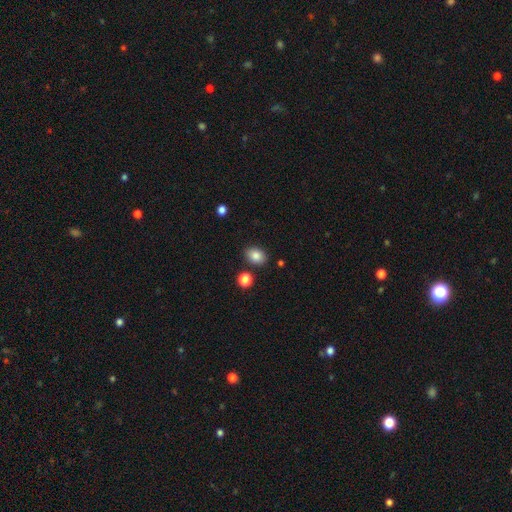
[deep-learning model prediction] This appears to be a smooth galaxy with no disk features (84%) that is in between round and cigar-shaped (73%). Merging: none (84%).